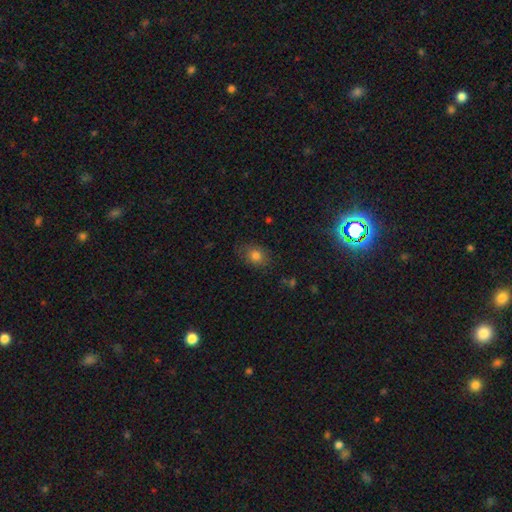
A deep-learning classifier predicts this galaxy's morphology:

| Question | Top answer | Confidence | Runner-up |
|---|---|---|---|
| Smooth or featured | smooth | 79% | star or artifact (12%) |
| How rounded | in between | 58% | round (40%) |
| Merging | none | 78% | minor disturbance (17%) |